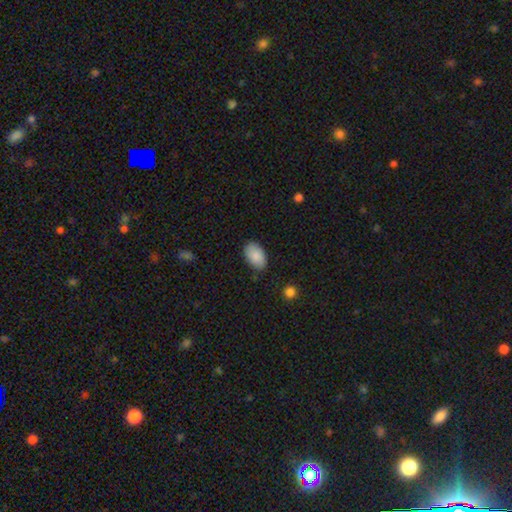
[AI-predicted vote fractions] smooth 88%, star or artifact 6%, featured or disk 5%. Down the decision tree: how rounded — in between (93%); merging — none (83%).